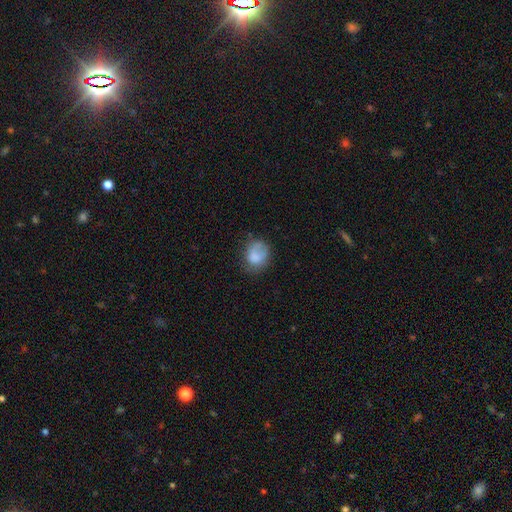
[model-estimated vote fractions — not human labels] This is likely a smooth galaxy (75%). How rounded: likely round (62%). Merging: possibly none (50%).